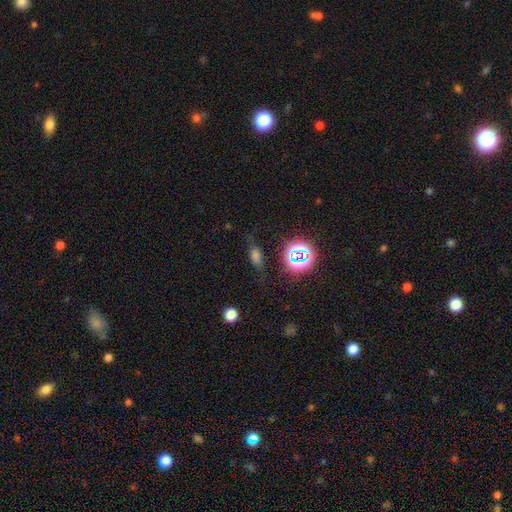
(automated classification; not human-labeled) Overall: smooth (61%; star or artifact 26%). How rounded: in between (67%). Merging: none (68%).